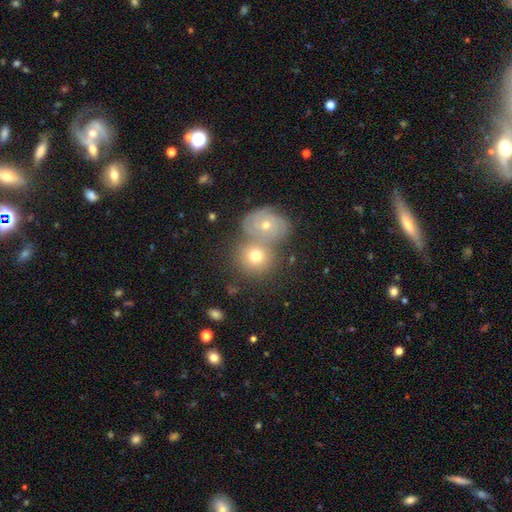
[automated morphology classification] The model was most divided on "merging": none: 44%, merger: 42%, minor disturbance: 10%, major disturbance: 4%. More confident: how rounded — round (77%); smooth or featured — smooth (57%).